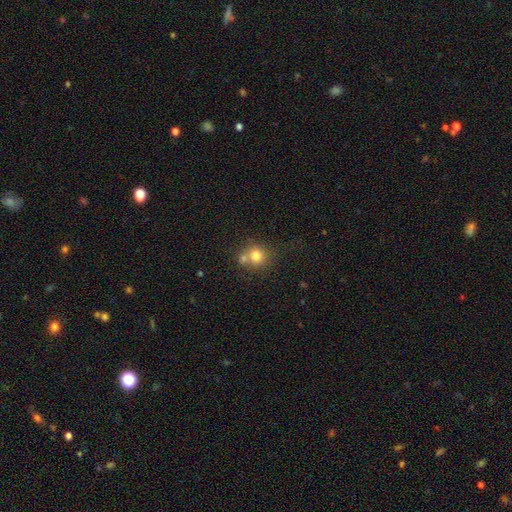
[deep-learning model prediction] Smooth or featured? Predicted: smooth (p=0.77). How rounded? Predicted: round (p=0.85). Merging? Predicted: none (p=0.48).